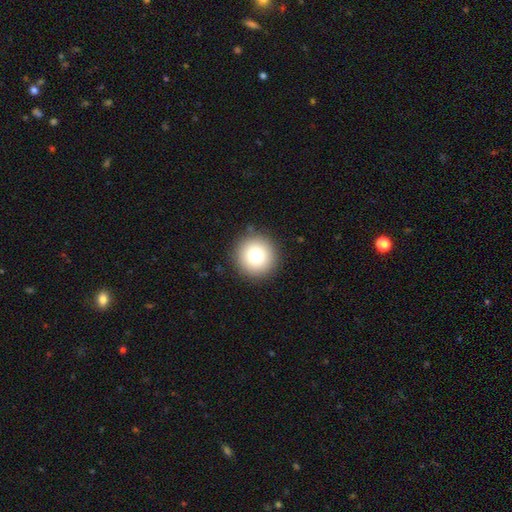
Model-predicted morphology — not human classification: A smooth galaxy with no disk features (78%) that is round (96%). Merging: none (91%).